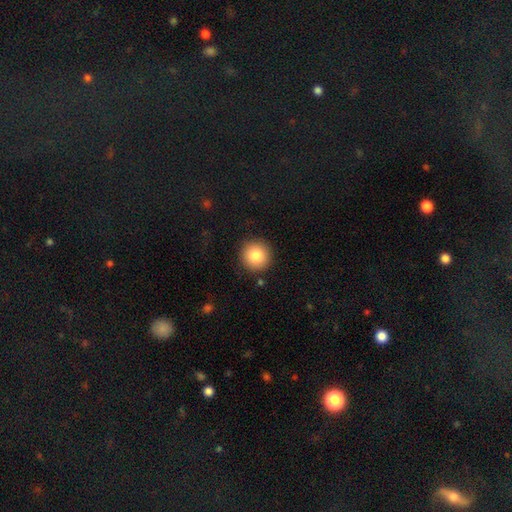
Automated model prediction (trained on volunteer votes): A smooth galaxy with no disk features (84%) that is round (95%). Merging: none (91%).